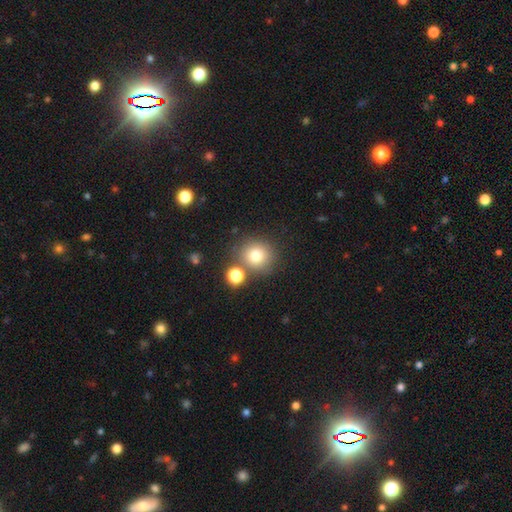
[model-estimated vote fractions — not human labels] This appears to be a smooth galaxy with no disk features (77%) that is round (90%). Merging: none (73%).